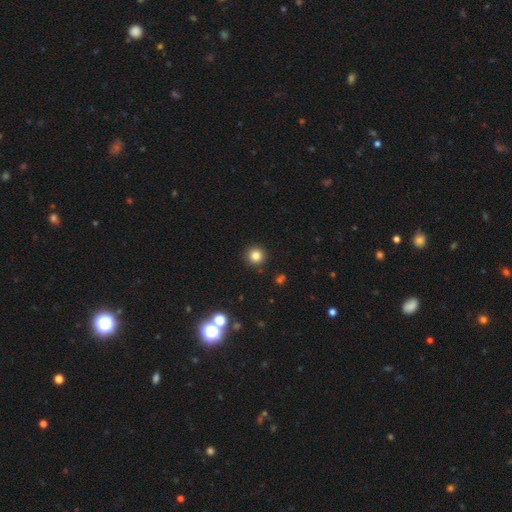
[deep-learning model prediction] smooth_or_featured: smooth (p=0.82) [alt: star or artifact p=0.12]
how_rounded: round (p=0.95) [alt: in between p=0.04]
merging: none (p=0.92) [alt: minor disturbance p=0.05]